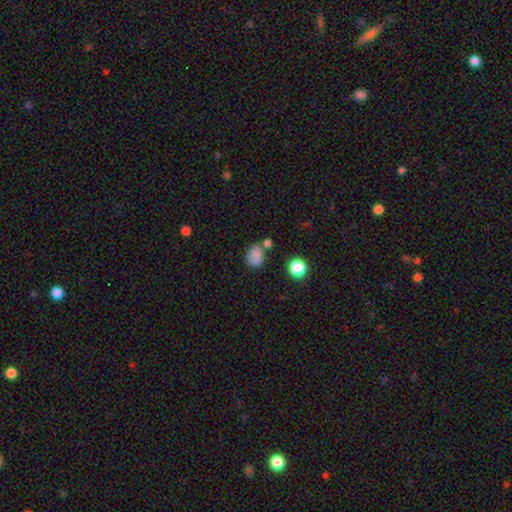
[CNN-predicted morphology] The model was most divided on "how rounded": in between: 57%, round: 42%, cigar-shaped: 1%. More confident: smooth or featured — smooth (81%); merging — none (59%).